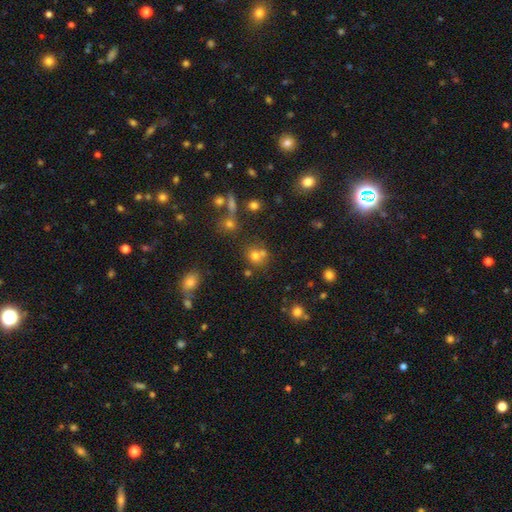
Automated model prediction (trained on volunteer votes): A smooth galaxy with no disk features (67%) that is round (80%).

Vote fractions:
- Smooth or featured? smooth: 67% / star or artifact: 20% / featured or disk: 12%
- How rounded? round: 80% / in between: 19% / cigar-shaped: 1%
- Merging? none: 52% / merger: 33% / minor disturbance: 10% / major disturbance: 5%